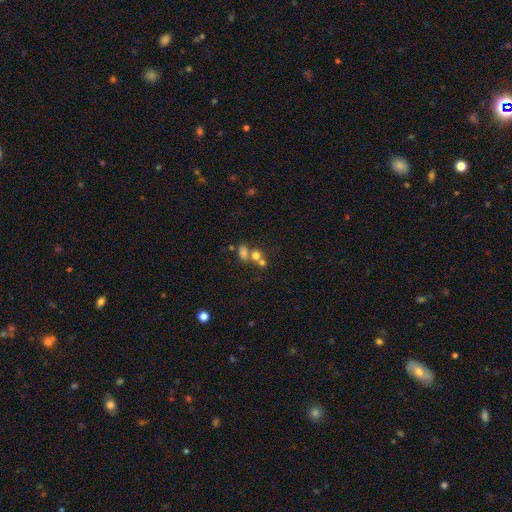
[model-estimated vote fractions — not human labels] Smooth or featured? Predicted: smooth (p=0.66). How rounded? Predicted: round (p=0.65). Merging? Predicted: merger (p=0.54).